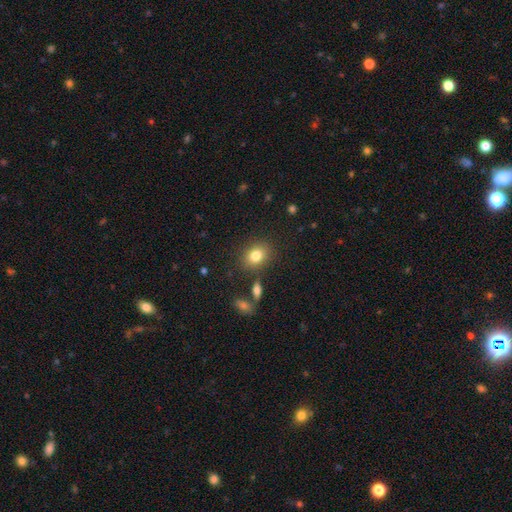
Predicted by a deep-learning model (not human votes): A smooth galaxy with no disk features (81%) that is in between round and cigar-shaped (55%).

Vote fractions:
- Smooth or featured? smooth: 81% / star or artifact: 10% / featured or disk: 9%
- How rounded? in between: 55% / round: 44% / cigar-shaped: 1%
- Merging? none: 82% / minor disturbance: 10% / merger: 4% / major disturbance: 3%